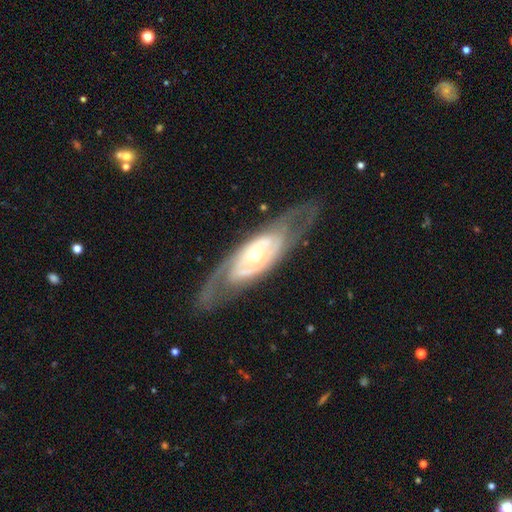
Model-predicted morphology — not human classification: smooth-or-featured: featured or disk: 82% | smooth: 13% | star or artifact: 5%
  disk-edge-on: no: 84% | yes: 16%
    bar: no: 69% | weak: 20% | strong: 11%
    has-spiral-arms: yes: 76% | no: 24%
      spiral-winding: tight: 49% | medium: 36% | loose: 15%
      spiral-arm-count: 2: 66% | can't tell: 23% | 3: 4% | 1: 3% | 4: 2% | more than 4: 2%
    bulge-size: moderate: 53% | small: 39% | large: 5% | dominant: 1% | none: 1%
  merging: none: 74% | minor disturbance: 14% | major disturbance: 10% | merger: 1%